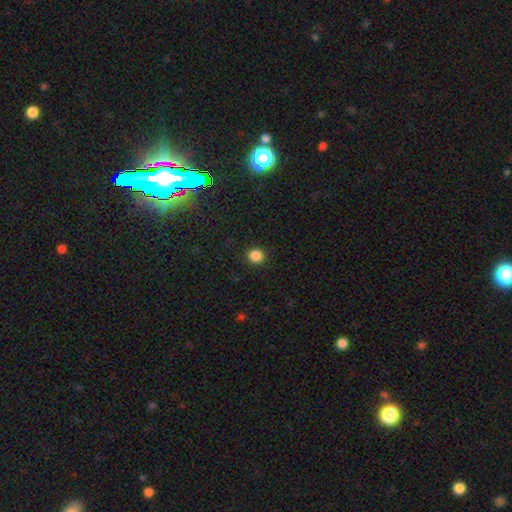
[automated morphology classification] smooth_or_featured: smooth (p=0.85) [alt: star or artifact p=0.12]
how_rounded: round (p=0.91) [alt: in between p=0.08]
merging: none (p=0.91) [alt: minor disturbance p=0.06]